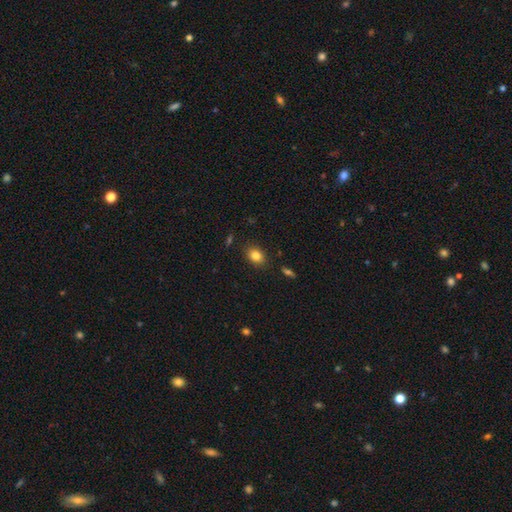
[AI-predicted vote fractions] A smooth galaxy with no disk features (83%) that is in between round and cigar-shaped (68%). Merging: none (86%).